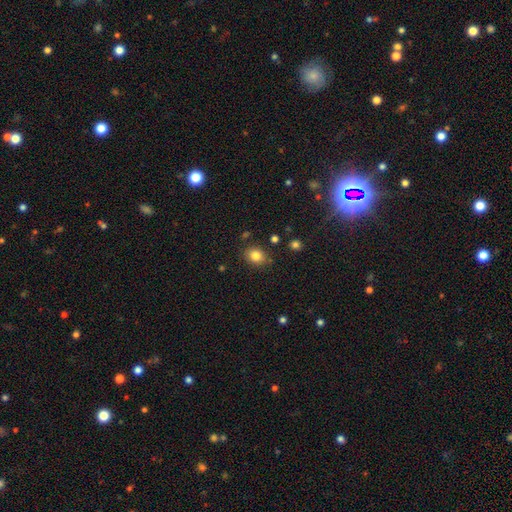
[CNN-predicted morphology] The model was most divided on "how rounded": round: 51%, in between: 48%, cigar-shaped: 1%. More confident: smooth or featured — smooth (83%); merging — none (83%).